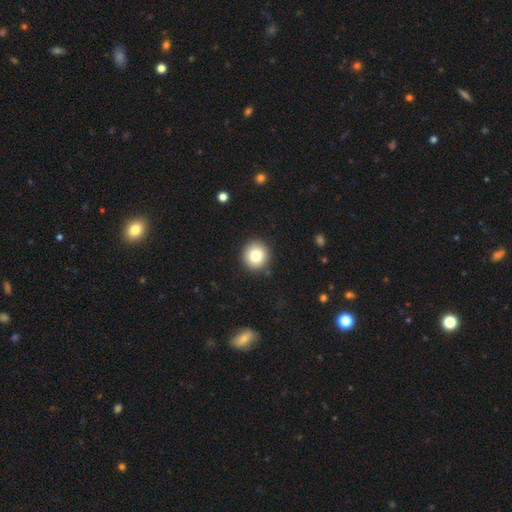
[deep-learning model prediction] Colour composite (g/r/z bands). It shows a smooth galaxy with no disk features (80%) that is round (93%). Merging: none (90%).